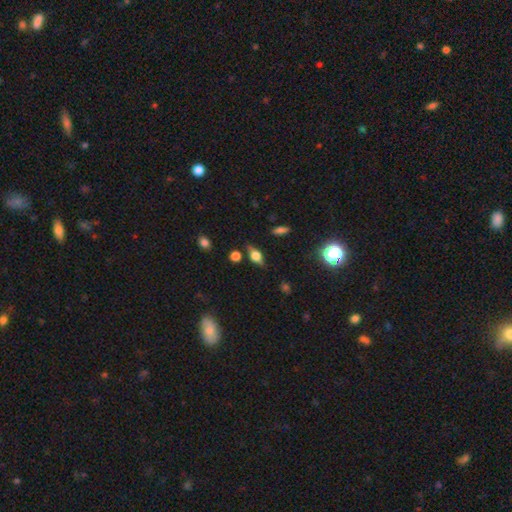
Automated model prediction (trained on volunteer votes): Morphology: type=smooth (45%); merging=none (76%).